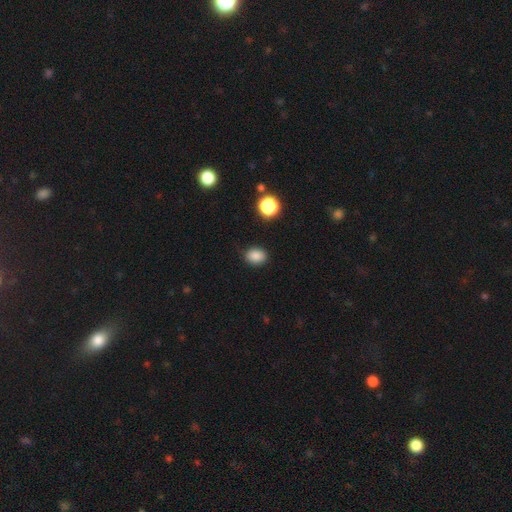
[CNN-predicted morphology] The model was most divided on "how rounded": in between: 56%, round: 43%, cigar-shaped: 1%. More confident: smooth or featured — smooth (85%); merging — none (85%).